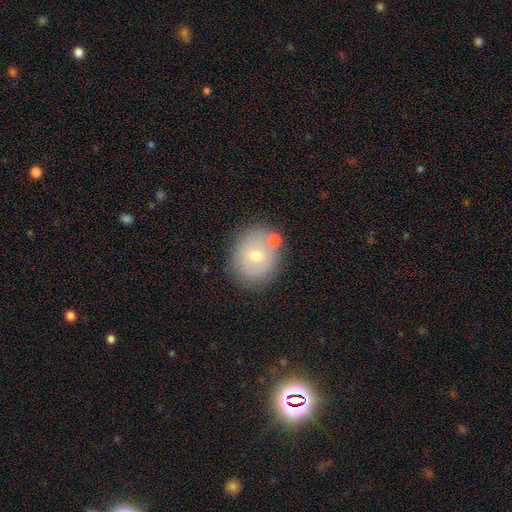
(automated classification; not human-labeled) smooth_or_featured: smooth (p=0.55) [alt: featured or disk p=0.35]
how_rounded: round (p=0.72) [alt: in between p=0.27]
merging: none (p=0.72) [alt: minor disturbance p=0.14]